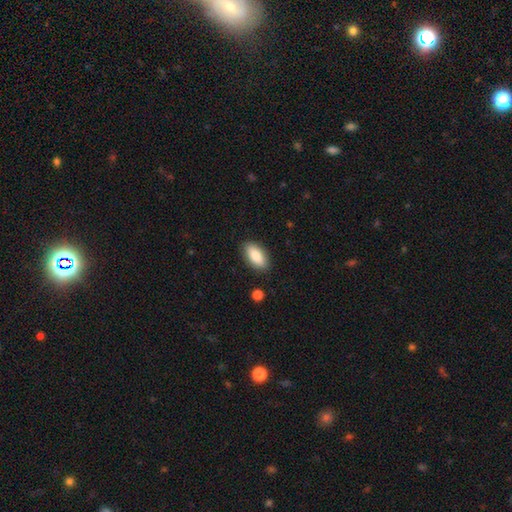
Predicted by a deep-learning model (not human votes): Q: Smooth or featured?
A: smooth (84%); runner-up: featured or disk (9%)
Q: How rounded?
A: in between (89%); runner-up: cigar-shaped (8%)
Q: Merging?
A: none (88%); runner-up: minor disturbance (9%)